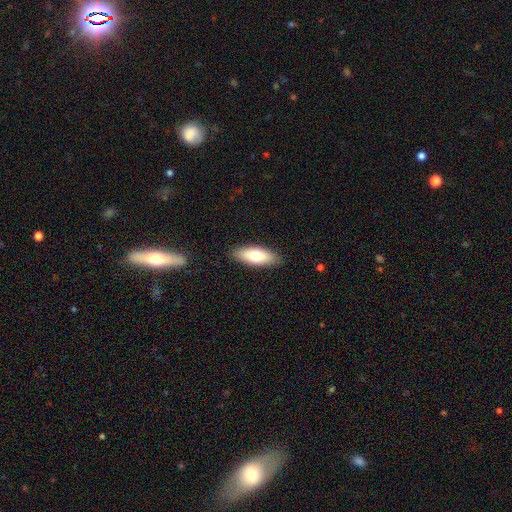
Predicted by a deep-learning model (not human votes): Overall: smooth (71%). How rounded: in between (73%). Merging: none (88%).